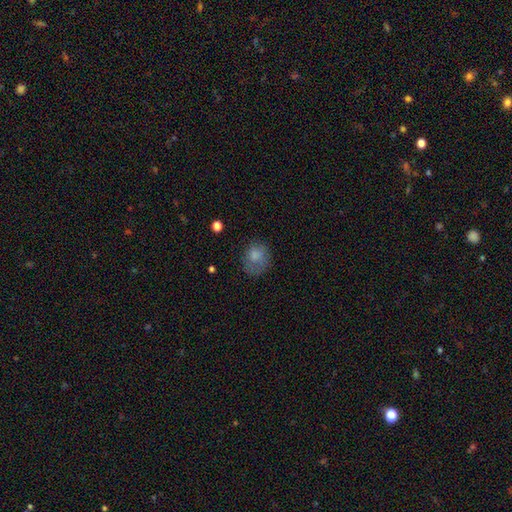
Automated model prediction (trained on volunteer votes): This appears to be a smooth galaxy with no disk features (78%) that is round (62%). Merging: none (55%).